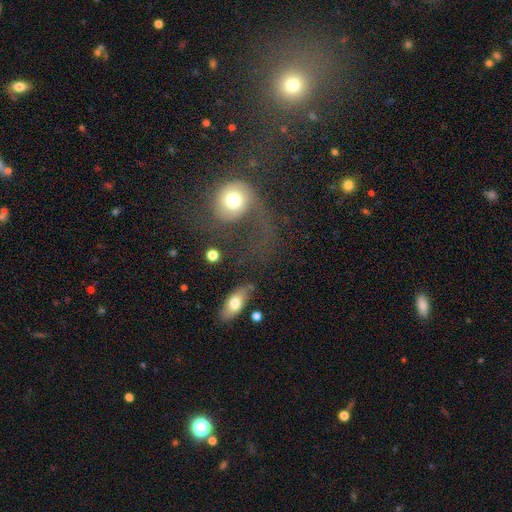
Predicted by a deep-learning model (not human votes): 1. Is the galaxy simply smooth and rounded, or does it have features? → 42% featured or disk, 37% smooth, 21% star or artifact.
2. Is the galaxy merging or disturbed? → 39% major disturbance, 28% none, 21% merger, 13% minor disturbance.